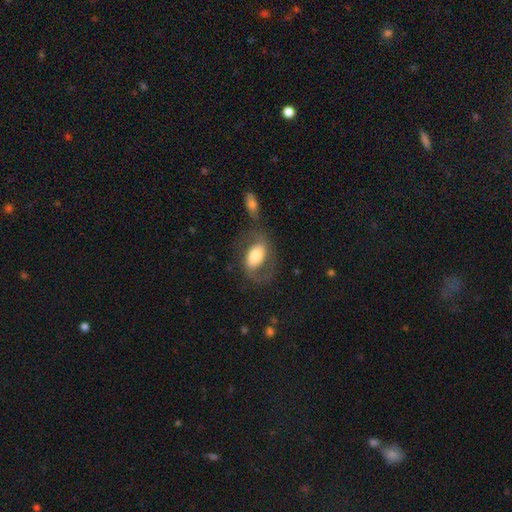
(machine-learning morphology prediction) smooth_or_featured: featured or disk (p=0.49) [alt: smooth p=0.45]
merging: none (p=0.55) [alt: minor disturbance p=0.19]